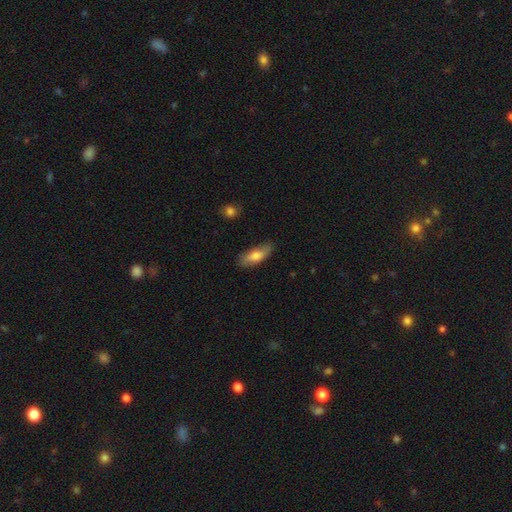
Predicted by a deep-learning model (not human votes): Smooth or featured? Predicted: smooth (p=0.70). How rounded? Predicted: in between (p=0.69). Merging? Predicted: none (p=0.78).